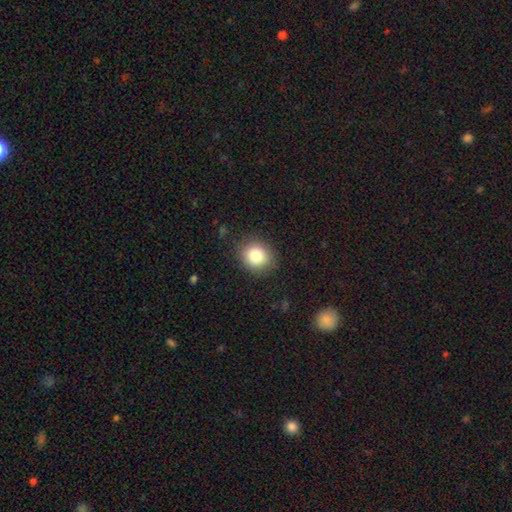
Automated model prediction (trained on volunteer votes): smooth-or-featured: smooth: 83% | star or artifact: 10% | featured or disk: 7%
  how-rounded: round: 75% | in between: 24% | cigar-shaped: 1%
  merging: none: 87% | minor disturbance: 9% | major disturbance: 3% | merger: 1%